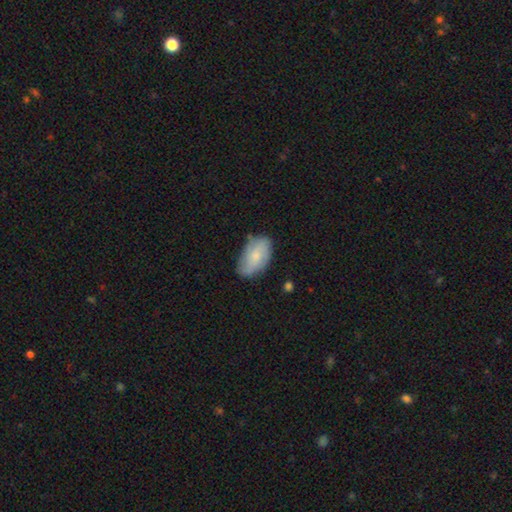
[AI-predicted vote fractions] Morphology: type=smooth (67%); roundness=in between (94%); merging=none (68%).